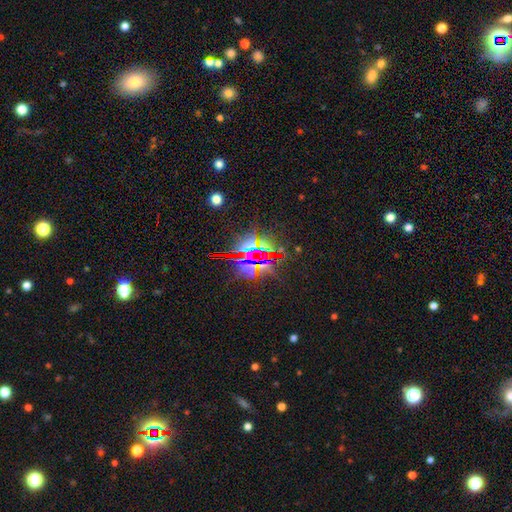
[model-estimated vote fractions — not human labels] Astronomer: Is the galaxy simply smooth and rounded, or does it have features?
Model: star or artifact — 79%.